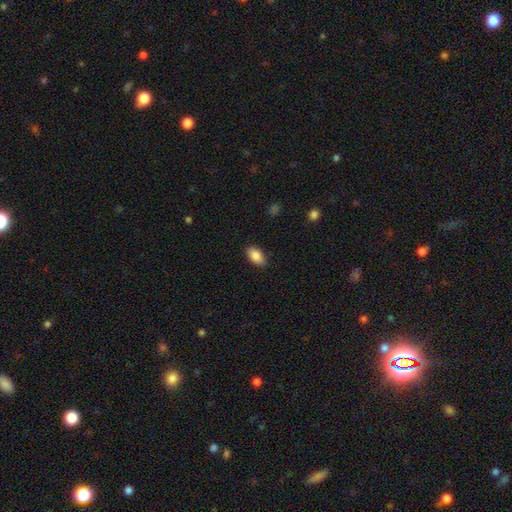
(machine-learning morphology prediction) type=smooth (87%); roundness=in between (93%); merging=none (87%).